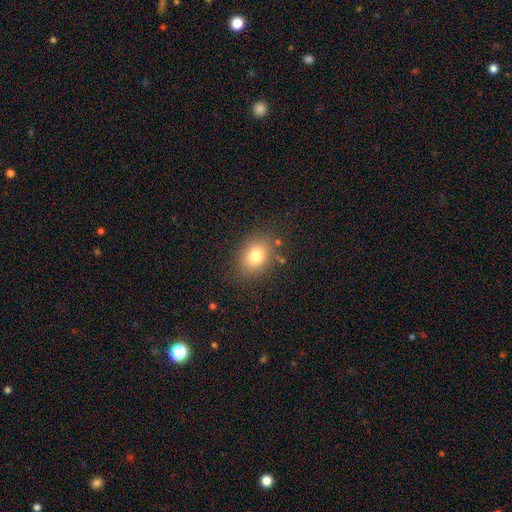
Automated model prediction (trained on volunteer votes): This appears to be a smooth galaxy with no disk features (78%) that is in between round and cigar-shaped (66%). Merging: none (82%).